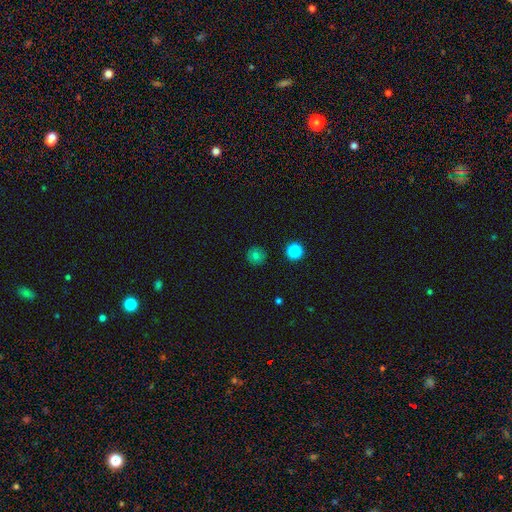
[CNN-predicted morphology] The model was most divided on "smooth or featured": smooth: 75%, star or artifact: 14%, featured or disk: 10%. More confident: how rounded — round (95%); merging — none (90%).